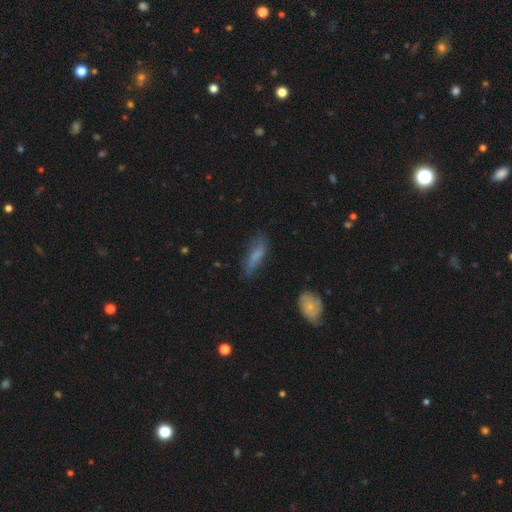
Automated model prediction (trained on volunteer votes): This appears to be a smooth galaxy with no disk features (59%) that is in between round and cigar-shaped (50%). Merging: none (59%).